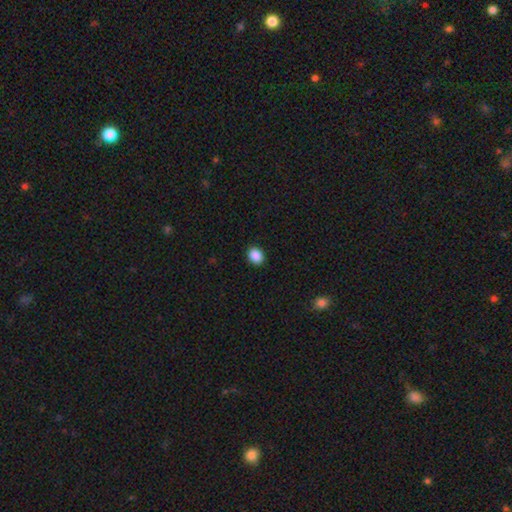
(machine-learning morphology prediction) Smooth or featured?
  - smooth: 89% *
  - star or artifact: 9%
  - featured or disk: 3%
How rounded?
  - round: 50% *
  - in between: 49%
  - cigar-shaped: 1%
Merging?
  - none: 91% *
  - minor disturbance: 6%
  - major disturbance: 2%
  - merger: 1%